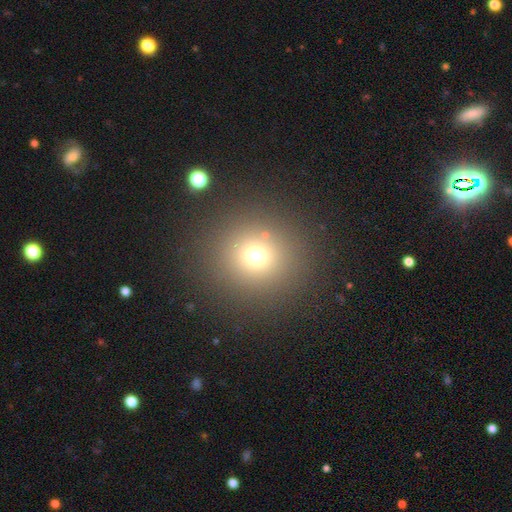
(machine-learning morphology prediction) Smooth or featured? Predicted: smooth (p=0.70). How rounded? Predicted: round (p=0.90). Merging? Predicted: none (p=0.87).